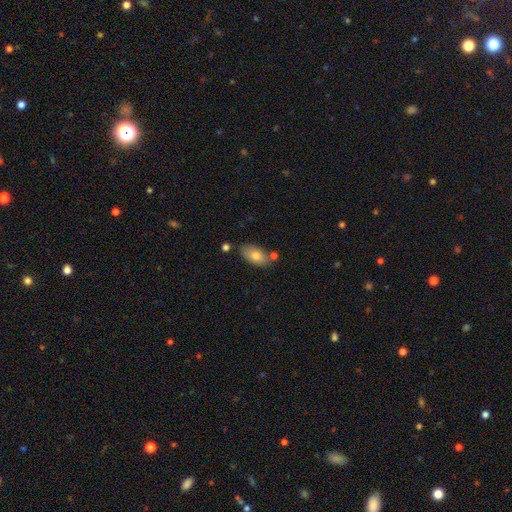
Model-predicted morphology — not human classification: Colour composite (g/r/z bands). It shows a smooth galaxy with no disk features (78%) that is in between round and cigar-shaped (93%). Merging: none (72%).